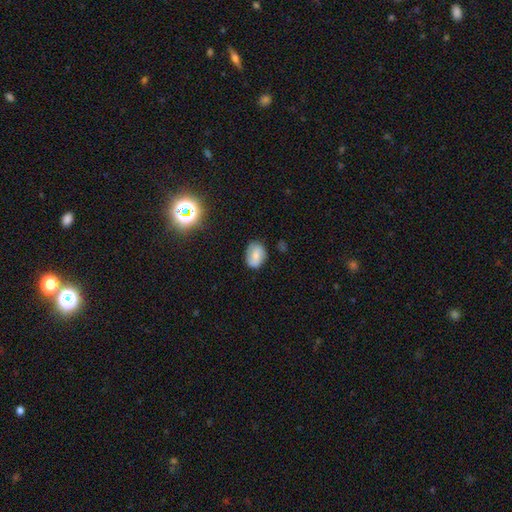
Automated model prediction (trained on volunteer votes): Smooth or featured: smooth — 62% (featured or disk — 28%)
How rounded: in between — 64% (round — 35%)
Merging: none — 75% (minor disturbance — 19%)